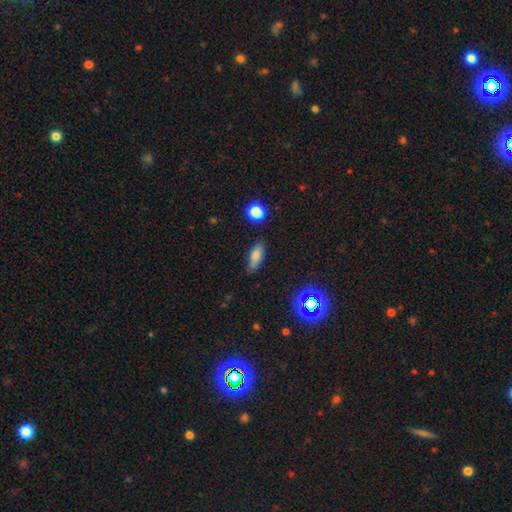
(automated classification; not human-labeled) A smooth galaxy with no disk features (77%) that is in between round and cigar-shaped (72%). Merging: none (72%).